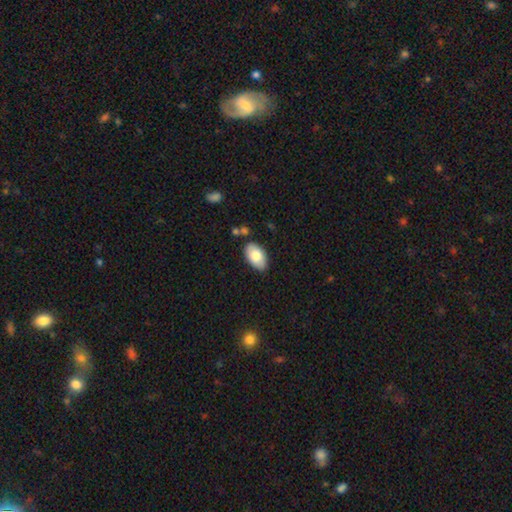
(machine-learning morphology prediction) Smooth or featured?
  - smooth: 78% *
  - featured or disk: 16%
  - star or artifact: 6%
How rounded?
  - in between: 94% *
  - round: 4%
  - cigar-shaped: 1%
Merging?
  - none: 81% *
  - minor disturbance: 14%
  - merger: 3%
  - major disturbance: 2%